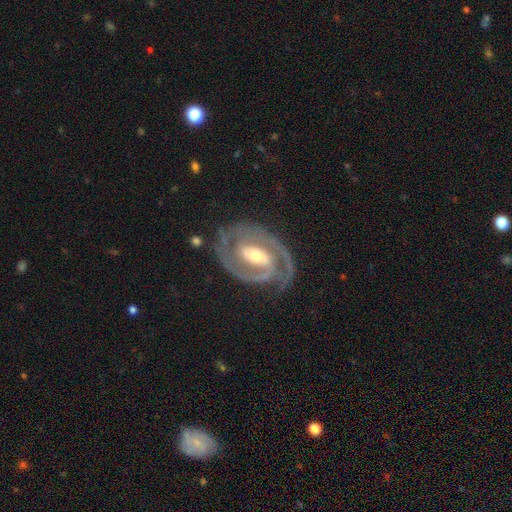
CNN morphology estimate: Q: Smooth or featured?
A: featured or disk (91%); runner-up: smooth (5%)
Q: Edge-on disk?
A: no (97%); runner-up: yes (3%)
Q: Bar?
A: weak (37%); tied with: strong (37%)
Q: Spiral arms?
A: yes (96%); runner-up: no (4%)
Q: Spiral winding?
A: tight (59%); runner-up: medium (35%)
Q: Spiral arm count?
A: 2 (81%); runner-up: 3 (7%)
Q: Bulge size?
A: moderate (54%); runner-up: small (39%)
Q: Merging?
A: none (76%); runner-up: minor disturbance (16%)